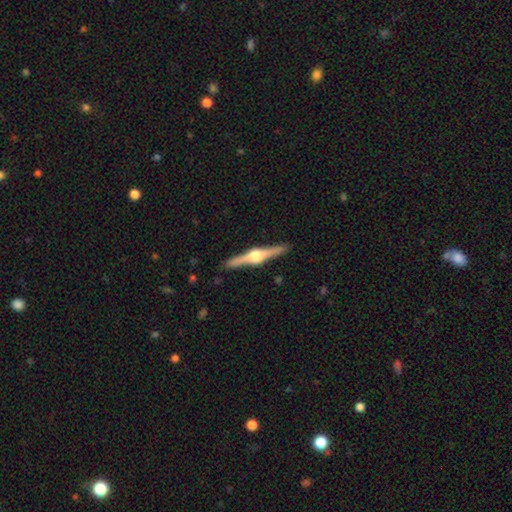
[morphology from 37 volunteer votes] Smooth or featured? 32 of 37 (86%) said featured or disk. Edge-on disk? 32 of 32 (100%) said yes. Edge-on bulge? 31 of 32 (97%) said rounded. Merging? 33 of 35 (94%) said none.